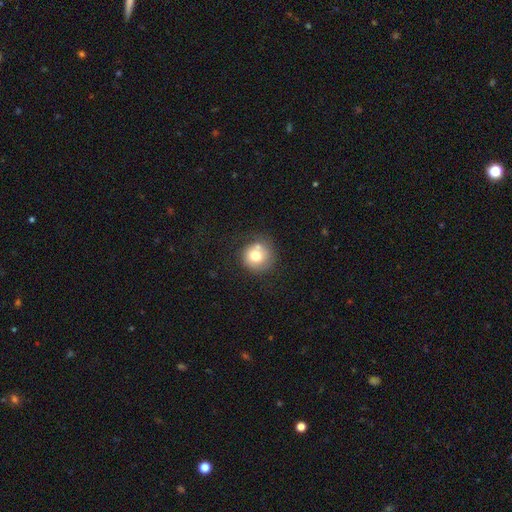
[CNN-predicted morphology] Smooth or featured: smooth — 70% (featured or disk — 21%)
How rounded: round — 91% (in between — 9%)
Merging: none — 58% (minor disturbance — 18%)